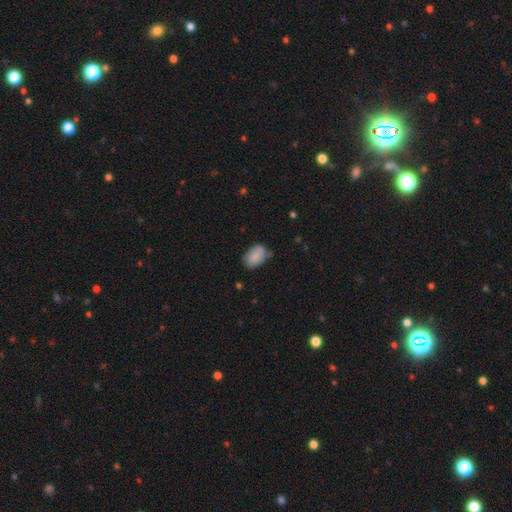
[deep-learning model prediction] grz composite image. It shows a smooth galaxy with no disk features (86%) that is in between round and cigar-shaped (89%). Merging: none (67%).